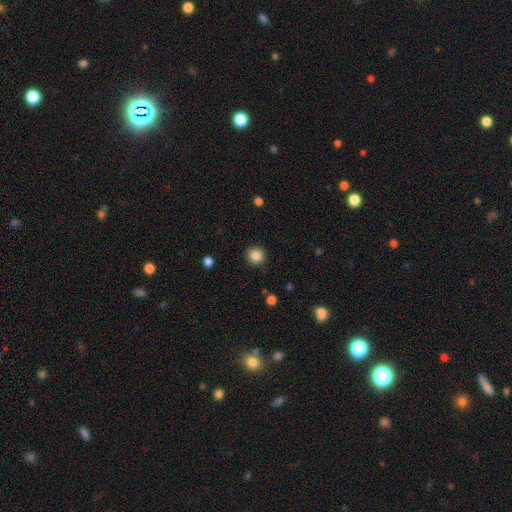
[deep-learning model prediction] Overall: smooth (86%). How rounded: round (92%). Merging: none (91%).